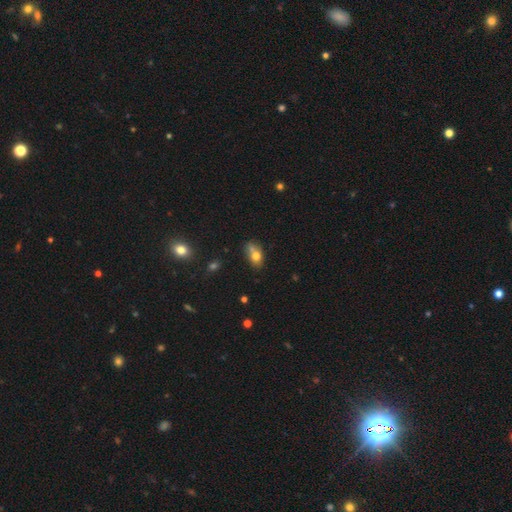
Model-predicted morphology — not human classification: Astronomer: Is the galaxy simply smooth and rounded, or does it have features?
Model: smooth — 73%.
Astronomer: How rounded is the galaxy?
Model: in between — 75%.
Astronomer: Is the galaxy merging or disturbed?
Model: none — 38% (runner-up: merger, 33%).